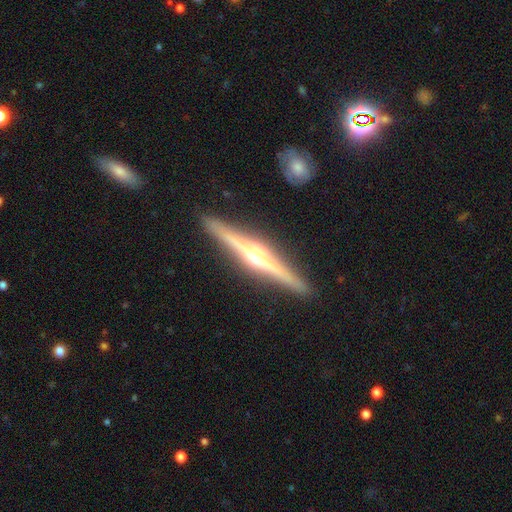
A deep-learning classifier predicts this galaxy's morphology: A featured or disk galaxy (84%) viewed edge-on (98%) with a rounded central bulge (88%). Merging: none (92%).